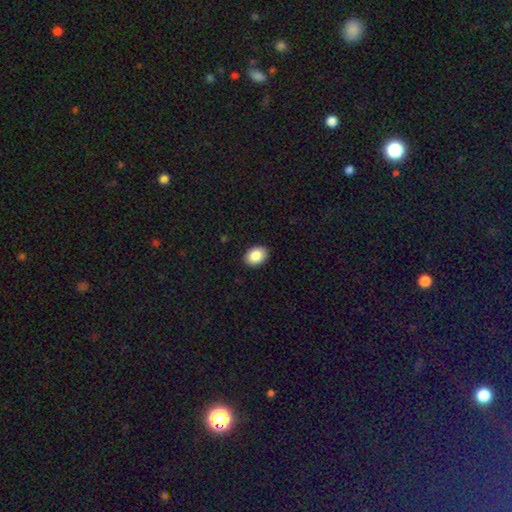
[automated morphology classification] A smooth galaxy with no disk features (87%) that is in between round and cigar-shaped (72%). Merging: none (90%).